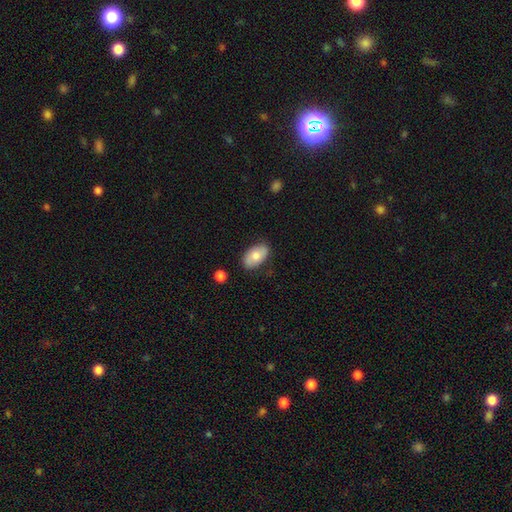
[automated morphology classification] A smooth galaxy with no disk features (74%) that is in between round and cigar-shaped (94%).

Vote fractions:
- Smooth or featured? smooth: 74% / featured or disk: 20% / star or artifact: 6%
- How rounded? in between: 94% / round: 5% / cigar-shaped: 2%
- Merging? none: 81% / minor disturbance: 14% / major disturbance: 3% / merger: 2%